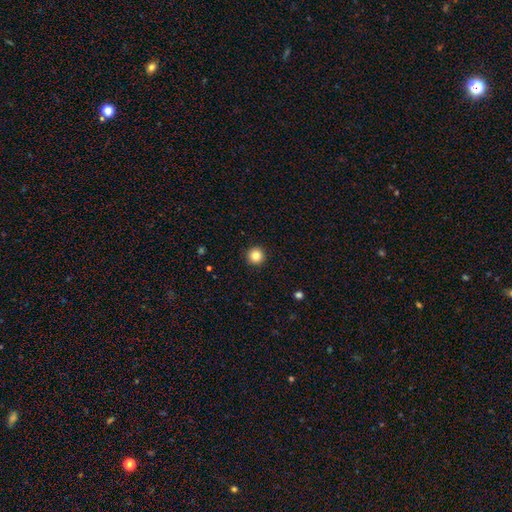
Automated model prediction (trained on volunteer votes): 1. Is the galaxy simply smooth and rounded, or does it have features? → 84% smooth, 11% star or artifact, 6% featured or disk.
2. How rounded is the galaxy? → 96% round, 3% in between, 1% cigar-shaped.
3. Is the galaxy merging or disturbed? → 94% none, 4% minor disturbance, 1% major disturbance, 1% merger.